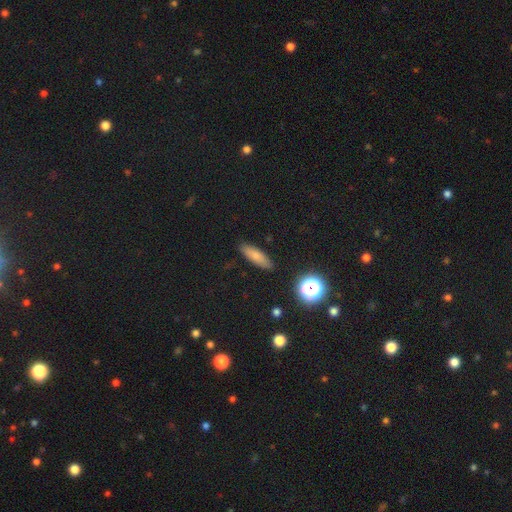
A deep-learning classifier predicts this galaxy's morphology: Smooth or featured? smooth (75%)
How rounded? cigar-shaped (51%)
Merging? none (87%)